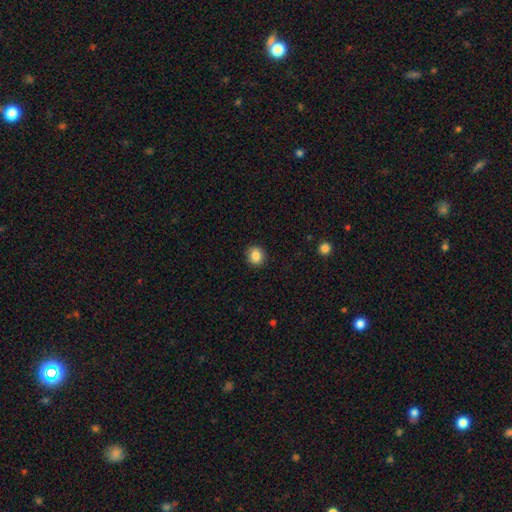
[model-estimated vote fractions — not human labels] Smooth or featured: smooth — 85% (star or artifact — 10%)
How rounded: round — 81% (in between — 18%)
Merging: none — 90% (minor disturbance — 7%)